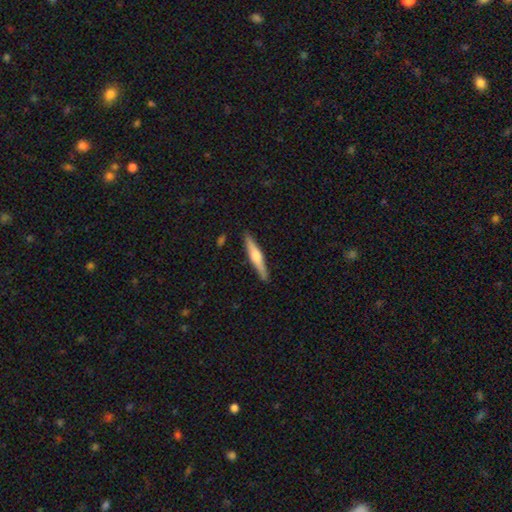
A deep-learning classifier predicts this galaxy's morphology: This is possibly a featured or disk galaxy (59%). It is clearly viewed edge-on (97%). Edge-on bulge: clearly rounded (88%). Merging: clearly none (89%).